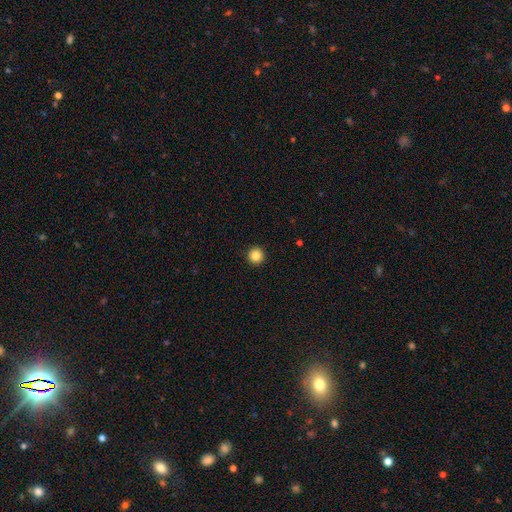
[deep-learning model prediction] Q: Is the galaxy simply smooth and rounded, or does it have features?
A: smooth — 85%.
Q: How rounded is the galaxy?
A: round — 96%.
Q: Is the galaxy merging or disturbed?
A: none — 94%.